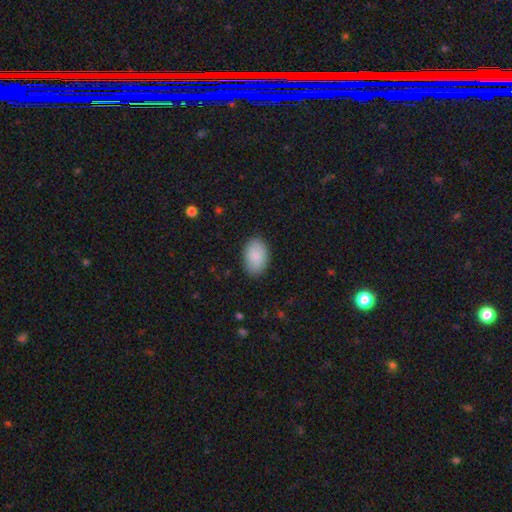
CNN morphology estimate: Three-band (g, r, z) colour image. It shows a smooth galaxy with no disk features (87%) that is in between round and cigar-shaped (90%). Merging: none (86%).